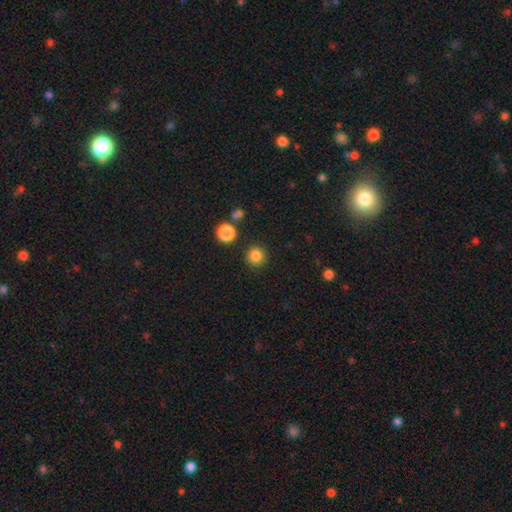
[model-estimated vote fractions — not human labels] smooth 84%, star or artifact 12%, featured or disk 4%. Down the decision tree: how rounded — round (94%); merging — none (90%).